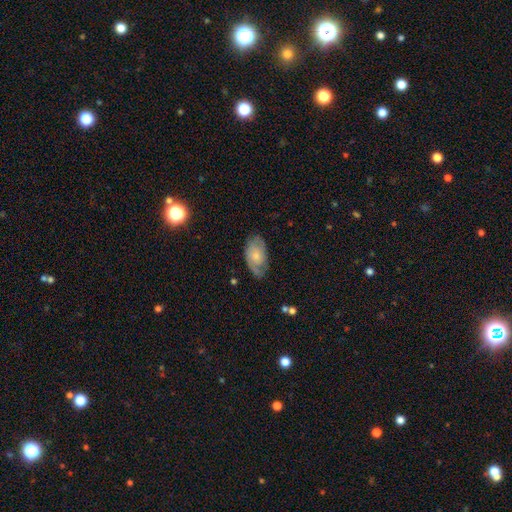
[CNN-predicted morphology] featured or disk 50%, smooth 43%, star or artifact 6%. Down the decision tree: edge-on disk — no (93%); merging — none (65%).